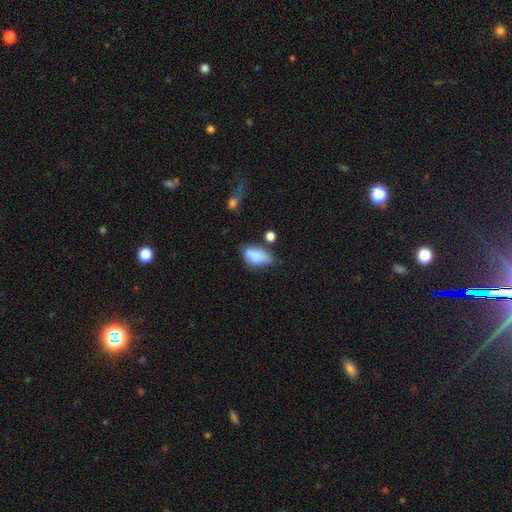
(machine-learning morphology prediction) smooth_or_featured: smooth (p=0.75) [alt: featured or disk p=0.15]
how_rounded: in between (p=0.88) [alt: cigar-shaped p=0.06]
merging: none (p=0.39) [alt: minor disturbance p=0.31]